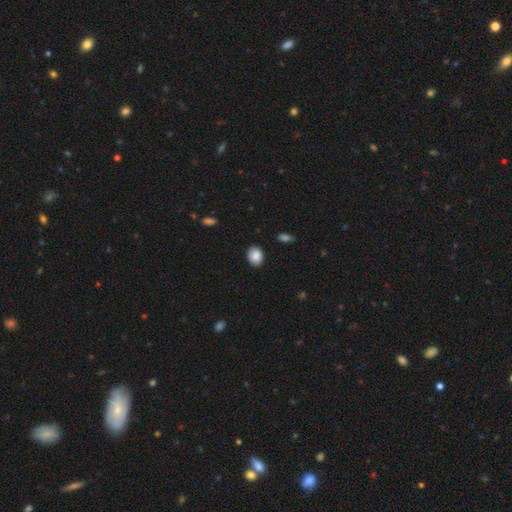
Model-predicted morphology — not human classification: A smooth galaxy with no disk features (89%) that is in between round and cigar-shaped (63%). Merging: none (88%).